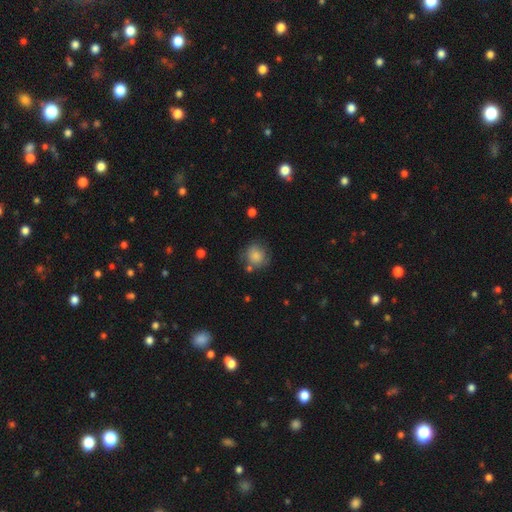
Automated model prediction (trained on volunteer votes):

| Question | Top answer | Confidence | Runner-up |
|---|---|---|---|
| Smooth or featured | smooth | 81% | featured or disk (10%) |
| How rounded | round | 86% | in between (13%) |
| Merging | none | 67% | minor disturbance (20%) |